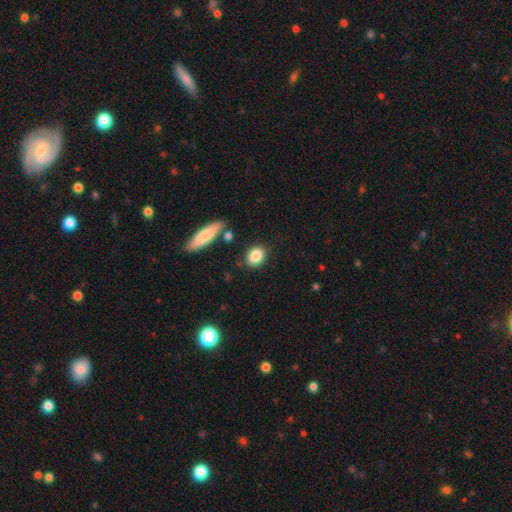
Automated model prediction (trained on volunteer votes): Smooth or featured? Predicted: smooth (p=0.85). How rounded? Predicted: in between (p=0.49). Merging? Predicted: none (p=0.81).